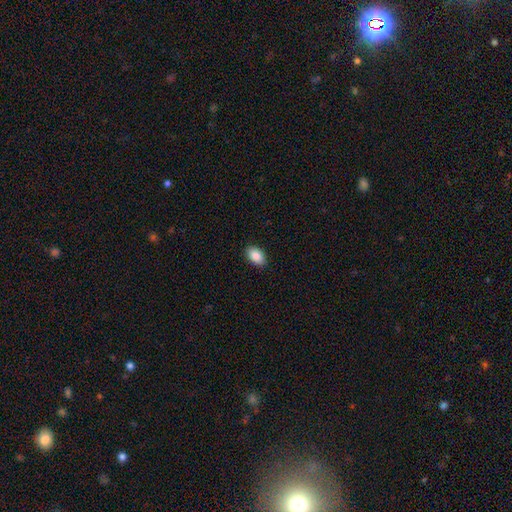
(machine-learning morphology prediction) smooth 89%, star or artifact 7%, featured or disk 4%. Down the decision tree: how rounded — in between (90%); merging — none (89%).